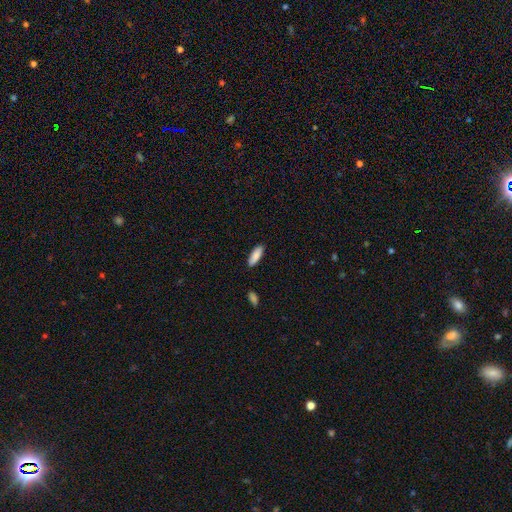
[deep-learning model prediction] smooth-or-featured: smooth: 88% | featured or disk: 6% | star or artifact: 6%
  how-rounded: in between: 60% | cigar-shaped: 39% | round: 1%
  merging: none: 88% | minor disturbance: 9% | major disturbance: 2% | merger: 1%